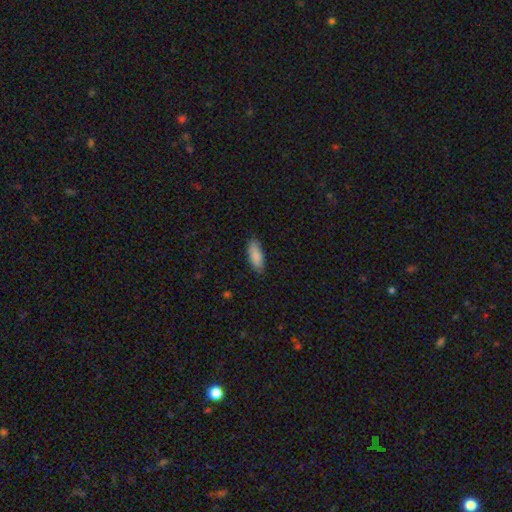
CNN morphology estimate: smooth 88%, featured or disk 6%, star or artifact 6%. Down the decision tree: how rounded — in between (75%); merging — none (81%).